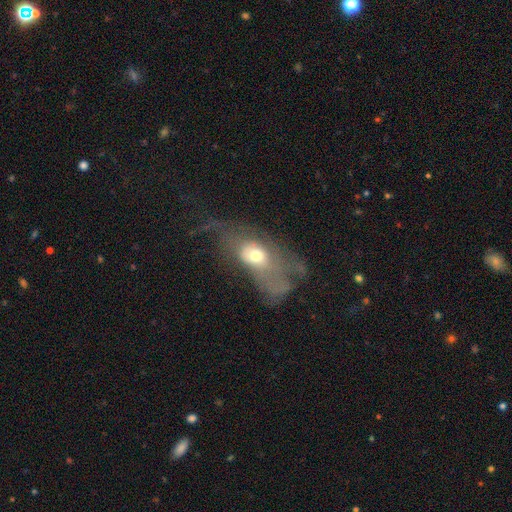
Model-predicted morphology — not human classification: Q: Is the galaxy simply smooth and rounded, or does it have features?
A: featured or disk — 45%.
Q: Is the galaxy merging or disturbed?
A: major disturbance — 48%.